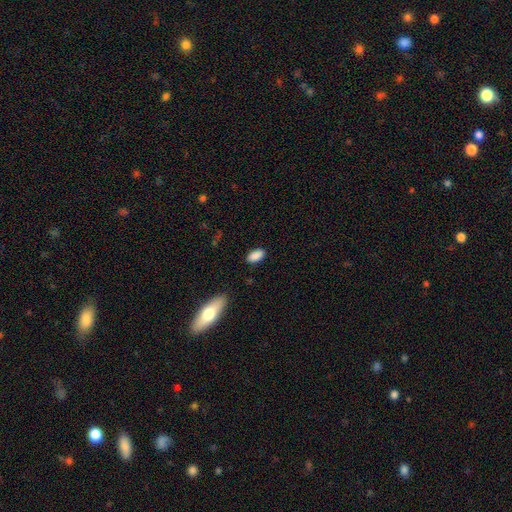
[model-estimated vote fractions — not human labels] The model was most divided on "merging": none: 85%, minor disturbance: 11%, major disturbance: 3%, merger: 1%. More confident: how rounded — in between (90%); smooth or featured — smooth (88%).